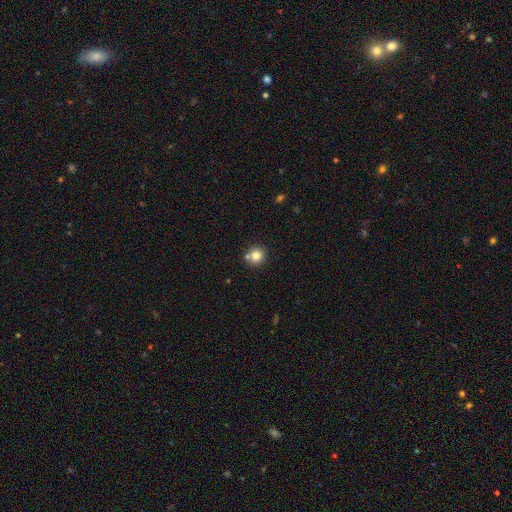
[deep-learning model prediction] A smooth galaxy with no disk features (80%) that is round (92%). Merging: none (75%).